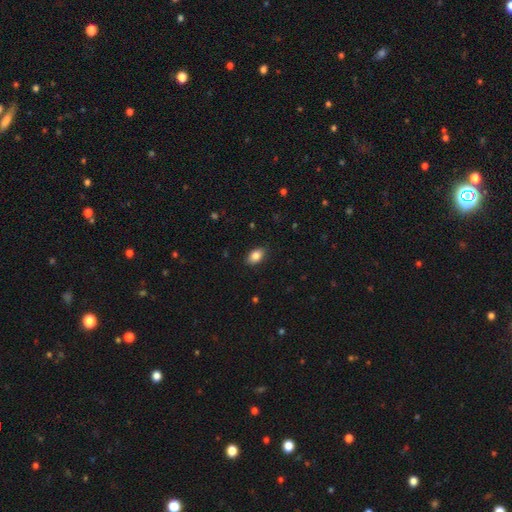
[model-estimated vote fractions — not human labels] Overall: smooth (85%). How rounded: in between (91%). Merging: none (88%).